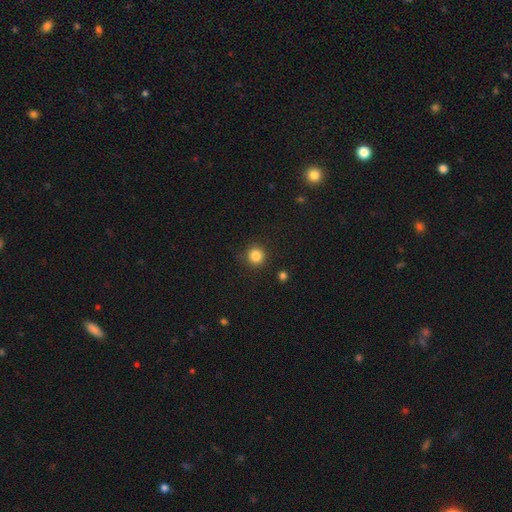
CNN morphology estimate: A smooth galaxy with no disk features (84%) that is round (93%). Merging: none (90%).